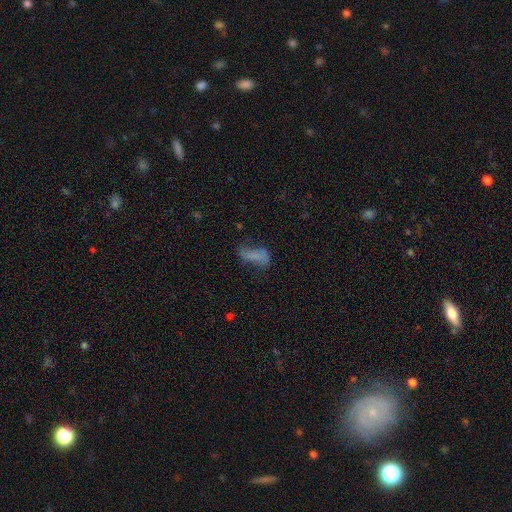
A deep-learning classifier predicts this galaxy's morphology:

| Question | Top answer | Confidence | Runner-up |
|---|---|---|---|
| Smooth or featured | smooth | 63% | featured or disk (24%) |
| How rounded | in between | 75% | cigar-shaped (21%) |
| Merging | none | 42% | minor disturbance (28%) |